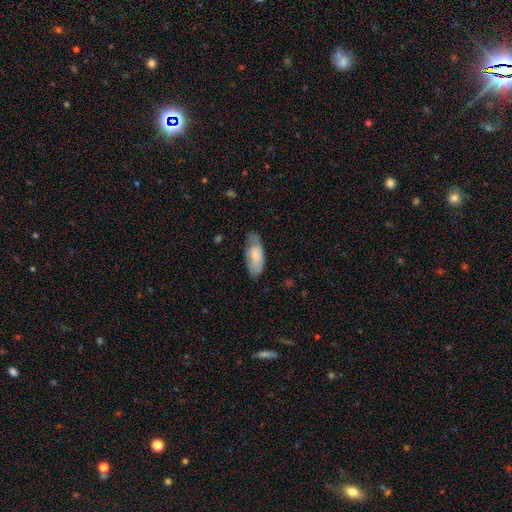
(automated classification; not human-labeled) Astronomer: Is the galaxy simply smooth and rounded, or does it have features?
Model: smooth — 73%.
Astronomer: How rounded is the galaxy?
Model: in between — 85%.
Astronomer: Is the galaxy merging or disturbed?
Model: none — 54% (runner-up: minor disturbance, 35%).